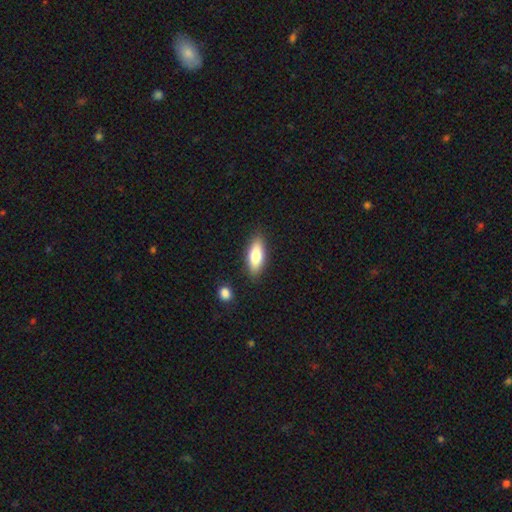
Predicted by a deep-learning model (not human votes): A smooth galaxy with no disk features (76%) that is in between round and cigar-shaped (74%). Merging: none (85%).